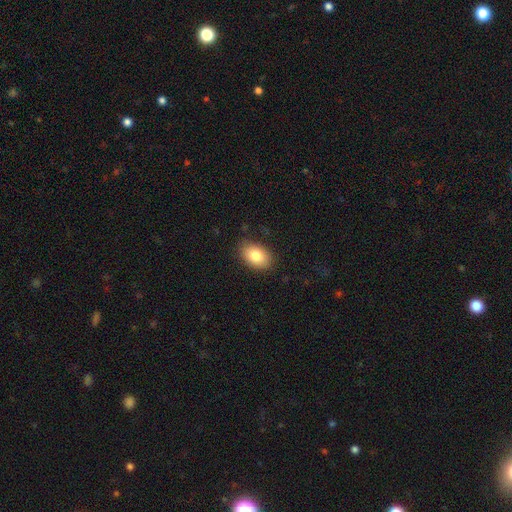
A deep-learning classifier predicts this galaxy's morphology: Overall: smooth (84%). How rounded: in between (88%). Merging: none (84%).